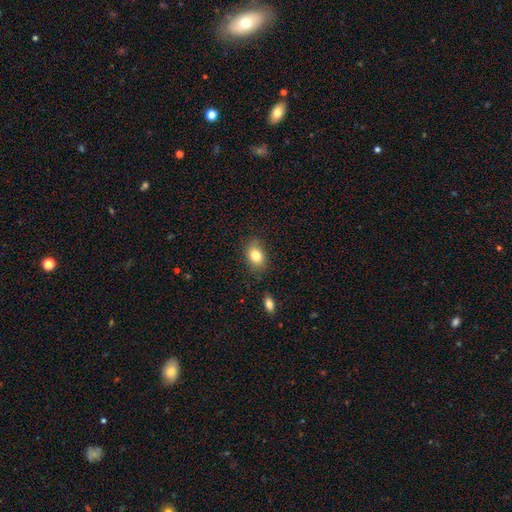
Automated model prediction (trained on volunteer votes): This appears to be a smooth galaxy with no disk features (80%) that is in between round and cigar-shaped (74%). Merging: none (83%).